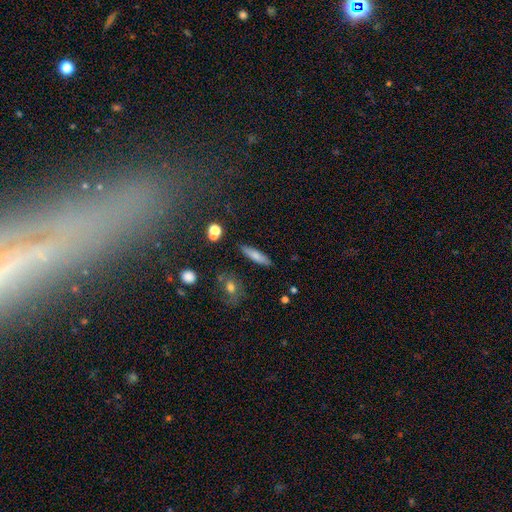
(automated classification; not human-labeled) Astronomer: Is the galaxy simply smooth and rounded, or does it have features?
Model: smooth — 75%.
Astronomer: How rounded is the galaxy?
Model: cigar-shaped — 71%.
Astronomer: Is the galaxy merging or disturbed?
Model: none — 86%.